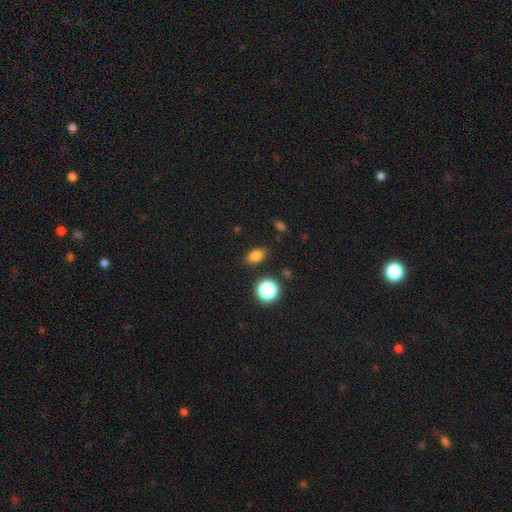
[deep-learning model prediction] A smooth galaxy with no disk features (80%) that is in between round and cigar-shaped (79%).

Vote fractions:
- Smooth or featured? smooth: 80% / star or artifact: 14% / featured or disk: 6%
- How rounded? in between: 79% / round: 18% / cigar-shaped: 2%
- Merging? none: 84% / minor disturbance: 11% / major disturbance: 3% / merger: 2%